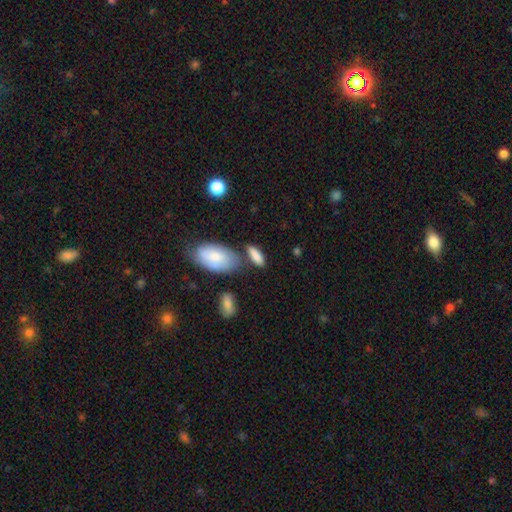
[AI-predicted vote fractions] A smooth galaxy with no disk features (81%) that is in between round and cigar-shaped (68%).

Vote fractions:
- Smooth or featured? smooth: 81% / featured or disk: 12% / star or artifact: 7%
- How rounded? in between: 68% / cigar-shaped: 28% / round: 3%
- Merging? none: 61% / minor disturbance: 18% / merger: 15% / major disturbance: 6%